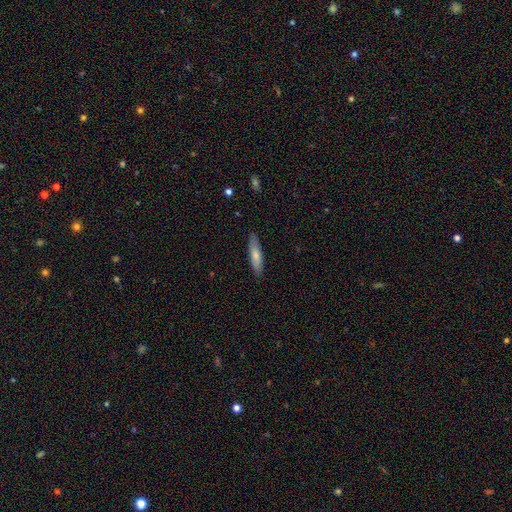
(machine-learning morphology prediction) smooth_or_featured: smooth (p=0.73) [alt: featured or disk p=0.21]
how_rounded: cigar-shaped (p=0.75) [alt: in between p=0.23]
merging: none (p=0.86) [alt: minor disturbance p=0.11]